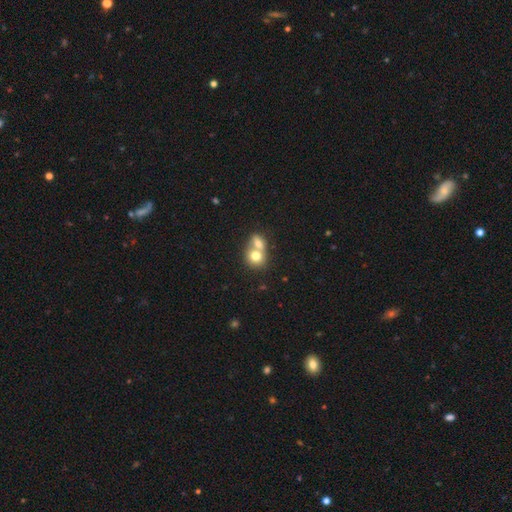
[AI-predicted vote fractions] A smooth galaxy with no disk features (72%) that is round (65%). Merging: merger (70%).